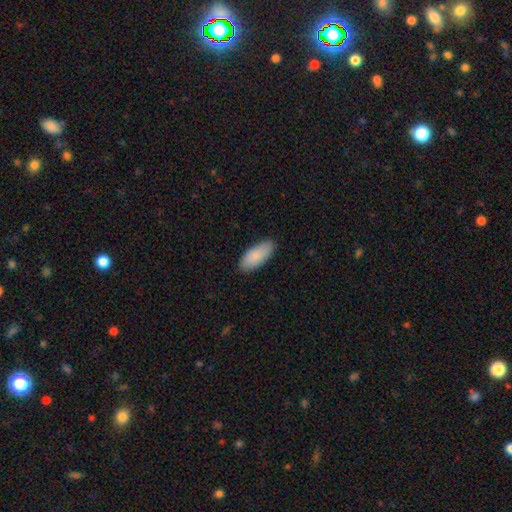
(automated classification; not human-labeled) This is clearly a smooth galaxy (87%). How rounded: clearly in between (88%). Merging: clearly none (86%).